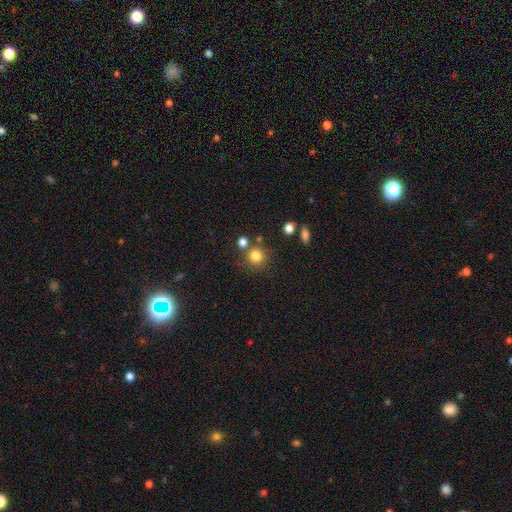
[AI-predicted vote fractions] This is clearly a smooth galaxy (81%). How rounded: clearly round (91%). Merging: likely none (75%).